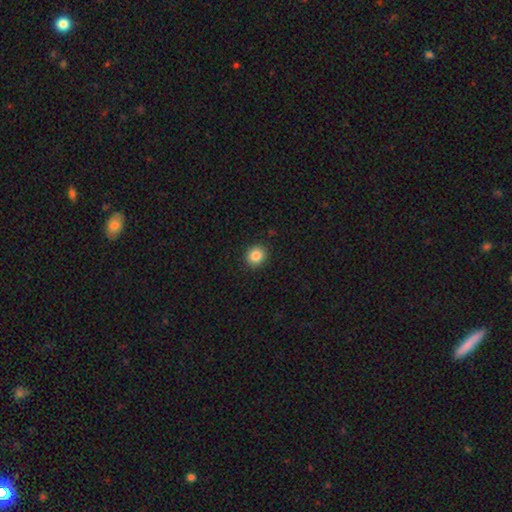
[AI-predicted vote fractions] This appears to be a smooth galaxy with no disk features (85%) that is round (84%). Merging: none (91%).